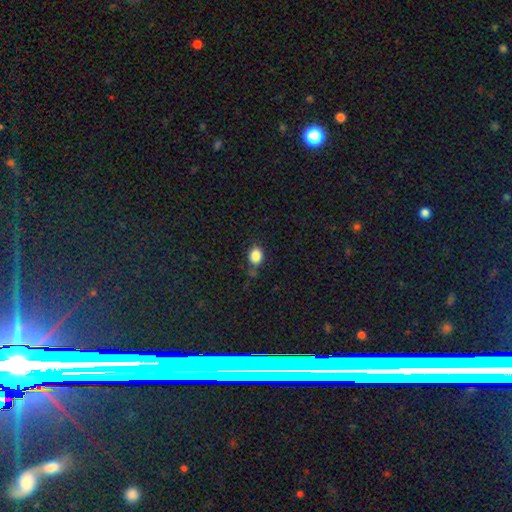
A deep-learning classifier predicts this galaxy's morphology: Q: Smooth or featured?
A: smooth (84%); runner-up: star or artifact (11%)
Q: How rounded?
A: in between (52%); runner-up: round (46%)
Q: Merging?
A: none (67%); runner-up: minor disturbance (22%)